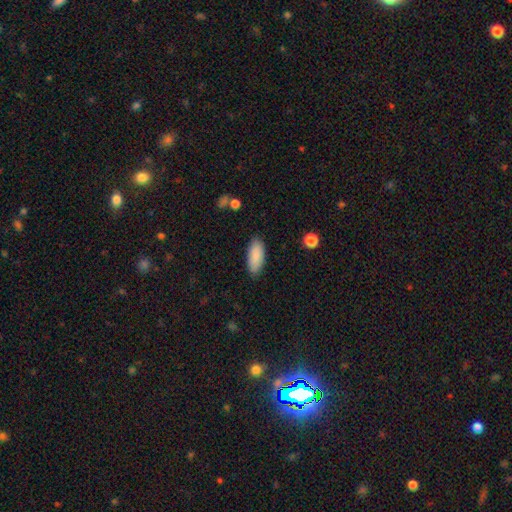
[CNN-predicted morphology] A smooth galaxy with no disk features (88%) that is in between round and cigar-shaped (85%).

Vote fractions:
- Smooth or featured? smooth: 88% / star or artifact: 6% / featured or disk: 5%
- How rounded? in between: 85% / cigar-shaped: 13% / round: 2%
- Merging? none: 86% / minor disturbance: 11% / major disturbance: 2% / merger: 1%